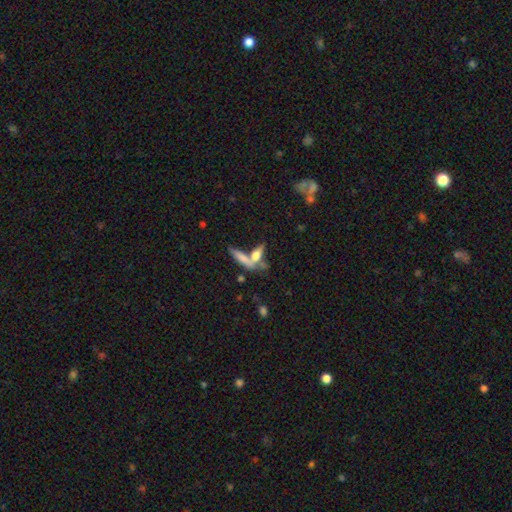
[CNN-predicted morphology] type=smooth (37%, tied with featured or disk); merging=merger (41%).